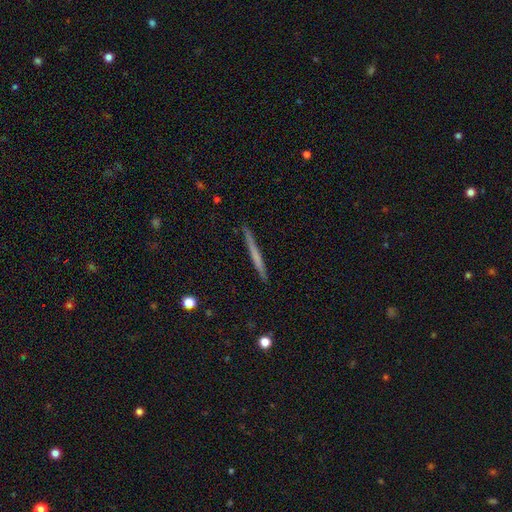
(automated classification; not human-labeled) This is possibly a smooth galaxy (53%). How rounded: clearly cigar-shaped (97%). Merging: clearly none (91%).